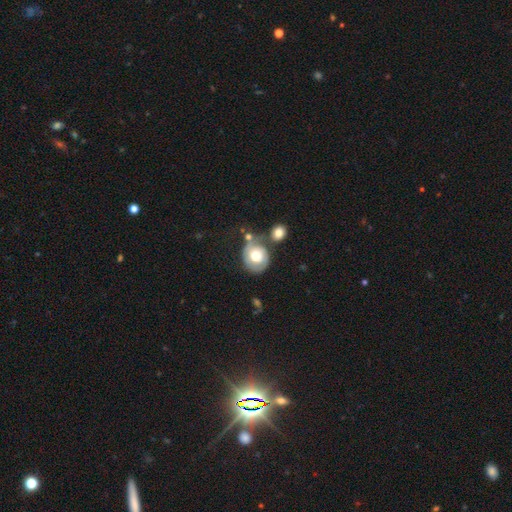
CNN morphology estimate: type=smooth (47%); merging=none (44%).